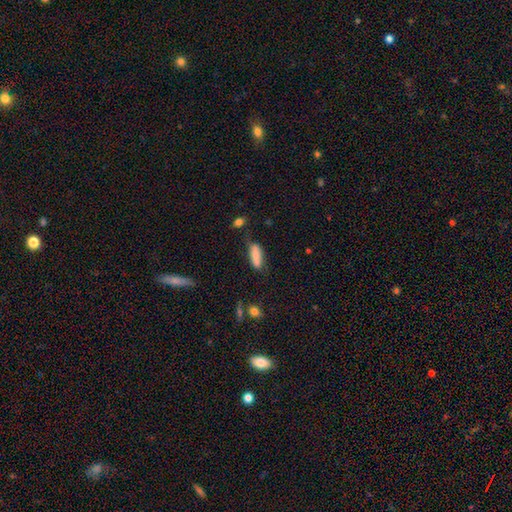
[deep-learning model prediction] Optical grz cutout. It shows a smooth galaxy with no disk features (80%) that is in between round and cigar-shaped (57%). Merging: none (59%).